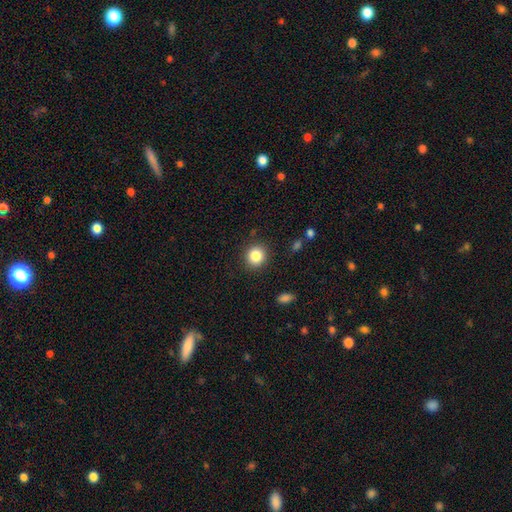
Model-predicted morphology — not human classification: This is clearly a smooth galaxy (84%). How rounded: clearly round (88%). Merging: clearly none (90%).